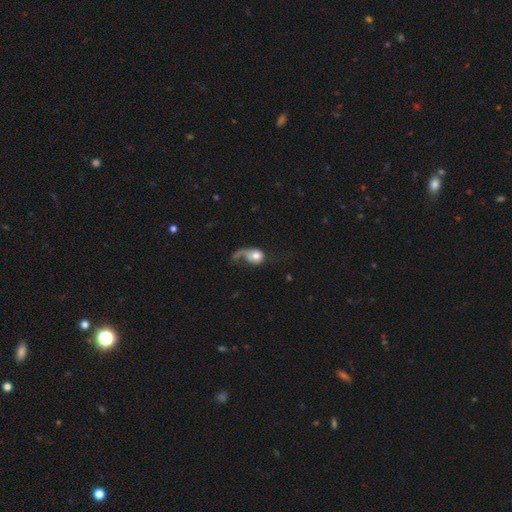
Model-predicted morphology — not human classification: Overall: smooth (53%; featured or disk 39%). How rounded: round (59%; in between 39%). Merging: major disturbance (56%; none 21%).